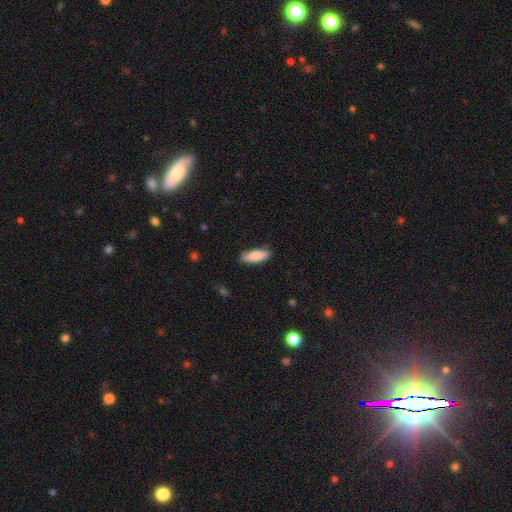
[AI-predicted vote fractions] Overall: smooth (85%). How rounded: in between (60%; cigar-shaped 38%). Merging: none (83%).